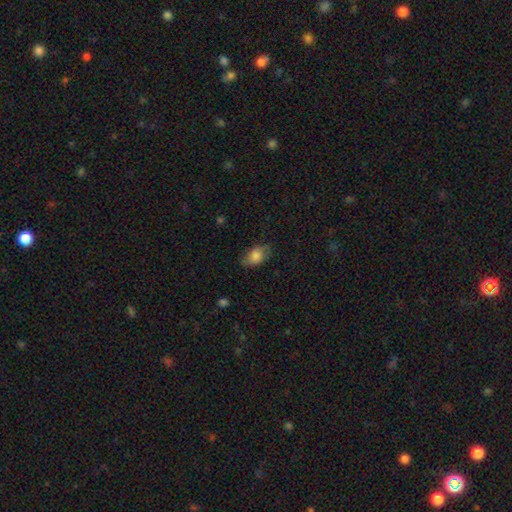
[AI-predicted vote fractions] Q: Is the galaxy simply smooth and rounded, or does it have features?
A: smooth — 79%.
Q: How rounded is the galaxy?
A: in between — 85%.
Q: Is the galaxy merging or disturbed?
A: none — 71%.